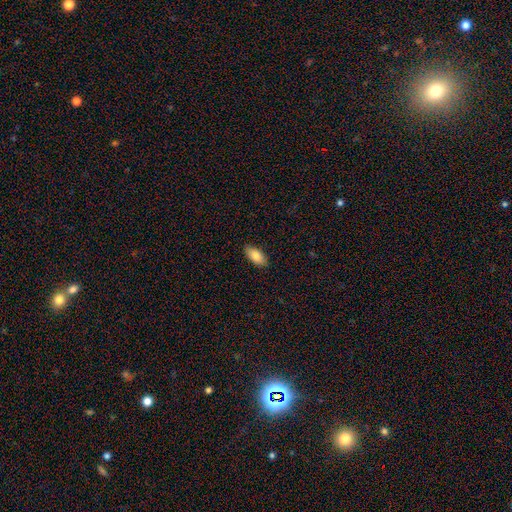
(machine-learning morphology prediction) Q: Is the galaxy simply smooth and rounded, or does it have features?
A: smooth — 82%.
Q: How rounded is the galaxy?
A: in between — 91%.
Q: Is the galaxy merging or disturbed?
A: none — 88%.